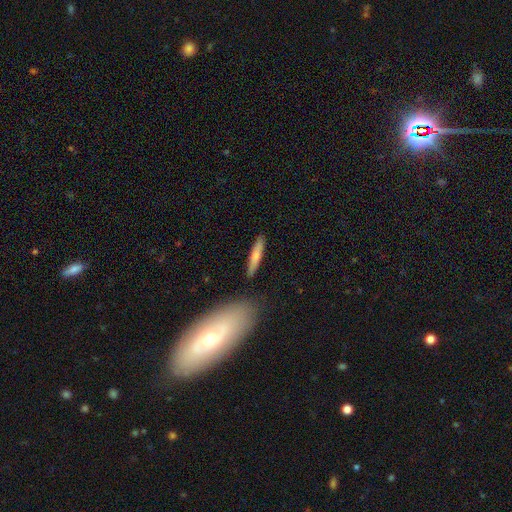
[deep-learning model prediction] The model was most divided on "smooth or featured": smooth: 67%, featured or disk: 27%, star or artifact: 6%. More confident: how rounded — cigar-shaped (90%); merging — none (86%).